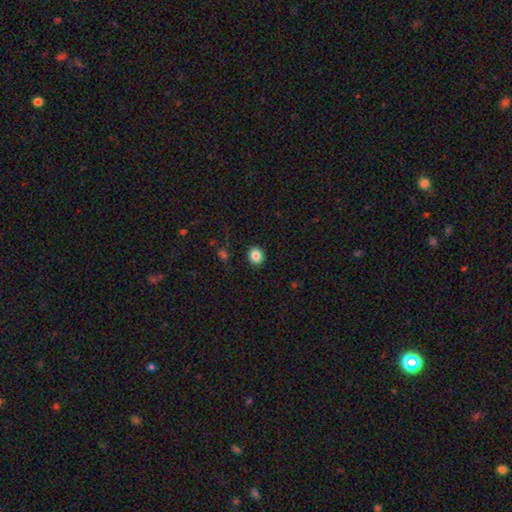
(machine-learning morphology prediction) Smooth or featured?
  - smooth: 85% *
  - star or artifact: 10%
  - featured or disk: 5%
How rounded?
  - round: 78% *
  - in between: 21%
  - cigar-shaped: 1%
Merging?
  - none: 91% *
  - minor disturbance: 6%
  - major disturbance: 2%
  - merger: 1%